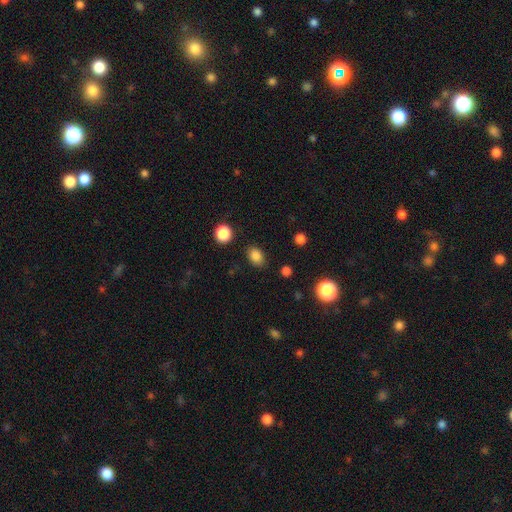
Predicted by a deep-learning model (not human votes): Q: Smooth or featured?
A: smooth (84%); runner-up: star or artifact (11%)
Q: How rounded?
A: in between (70%); runner-up: round (29%)
Q: Merging?
A: none (84%); runner-up: minor disturbance (11%)